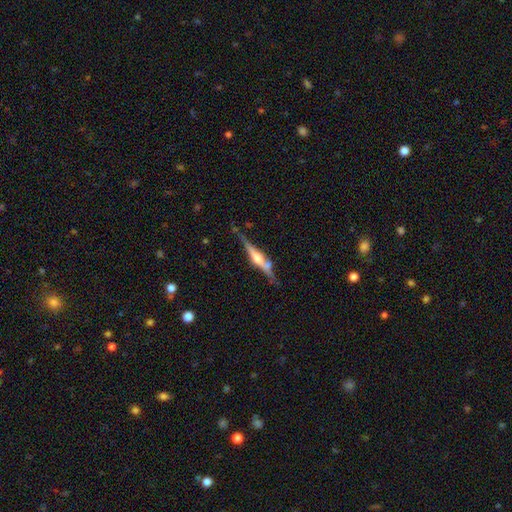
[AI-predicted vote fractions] Smooth or featured? featured or disk (83%)
Edge-on disk? yes (98%)
Edge-on bulge? rounded (84%)
Merging? none (77%)